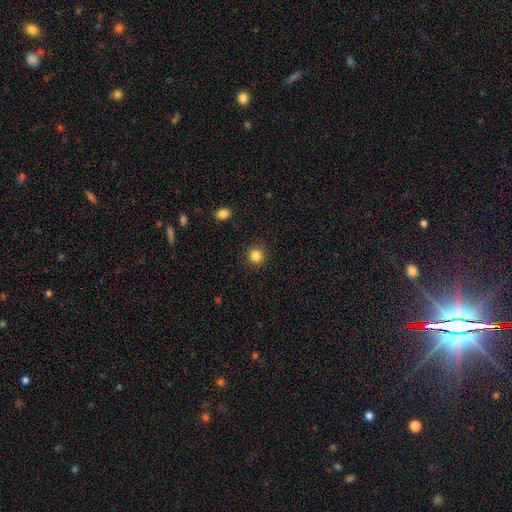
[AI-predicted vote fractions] The model was most divided on "smooth or featured": smooth: 85%, star or artifact: 11%, featured or disk: 4%. More confident: how rounded — round (93%); merging — none (91%).